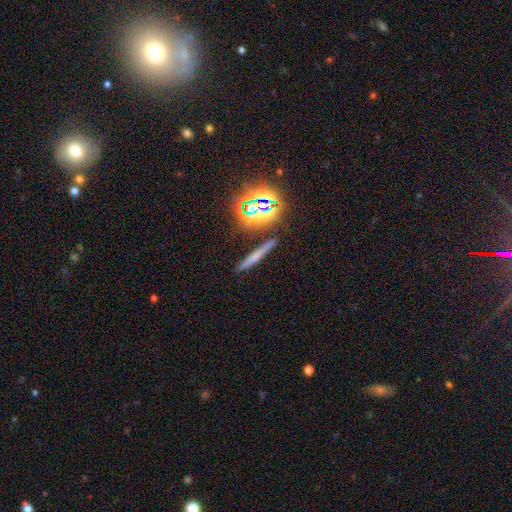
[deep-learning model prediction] Overall: smooth (47%; featured or disk 27%). Merging: none (85%).